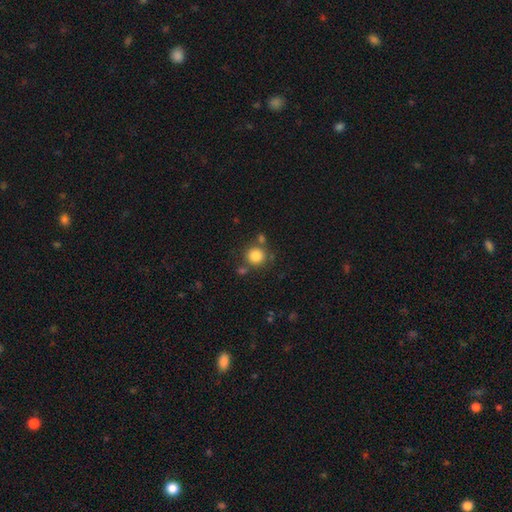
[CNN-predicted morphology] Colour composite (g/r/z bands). It shows a smooth galaxy with no disk features (83%) that is round (91%). Merging: none (75%).